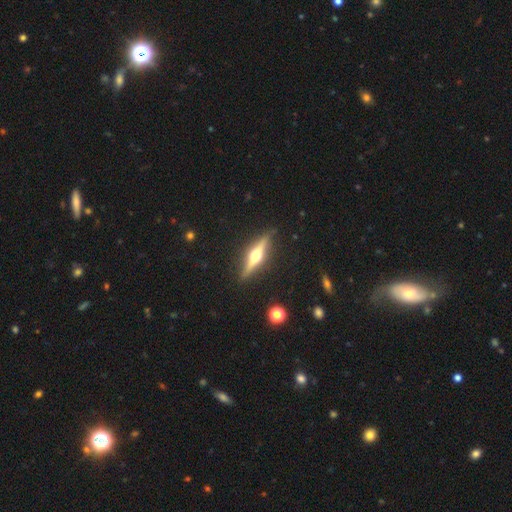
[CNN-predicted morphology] featured or disk 72%, smooth 22%, star or artifact 6%. Down the decision tree: edge-on disk — yes (97%); edge-on bulge — rounded (95%); merging — none (89%).